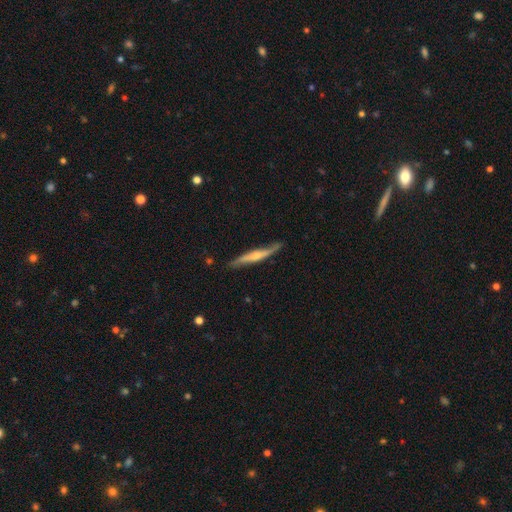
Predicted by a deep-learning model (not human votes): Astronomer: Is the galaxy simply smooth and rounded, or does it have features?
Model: featured or disk — 60% (runner-up: smooth, 35%).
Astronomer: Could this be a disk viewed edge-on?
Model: yes — 85%.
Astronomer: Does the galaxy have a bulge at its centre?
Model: rounded — 62%.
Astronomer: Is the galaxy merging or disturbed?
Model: none — 74%.